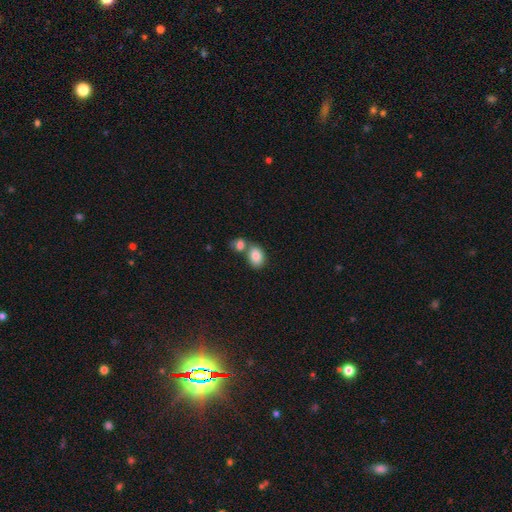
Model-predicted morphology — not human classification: This appears to be a smooth galaxy with no disk features (83%) that is in between round and cigar-shaped (75%). Merging: merger (45%).